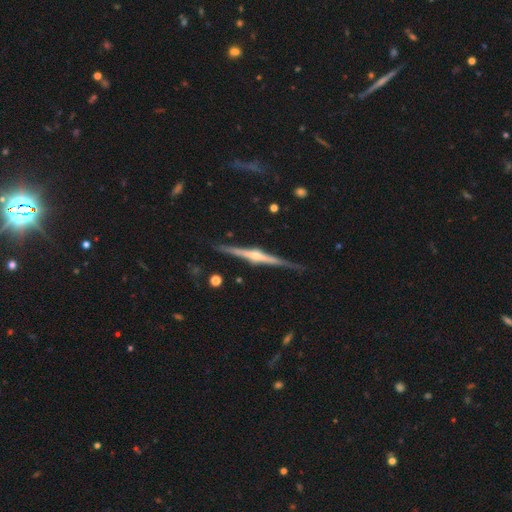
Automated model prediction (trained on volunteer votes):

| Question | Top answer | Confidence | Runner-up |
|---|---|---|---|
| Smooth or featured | featured or disk | 81% | smooth (13%) |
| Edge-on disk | yes | 98% | no (2%) |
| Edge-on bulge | rounded | 81% | none (10%) |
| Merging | none | 87% | minor disturbance (10%) |